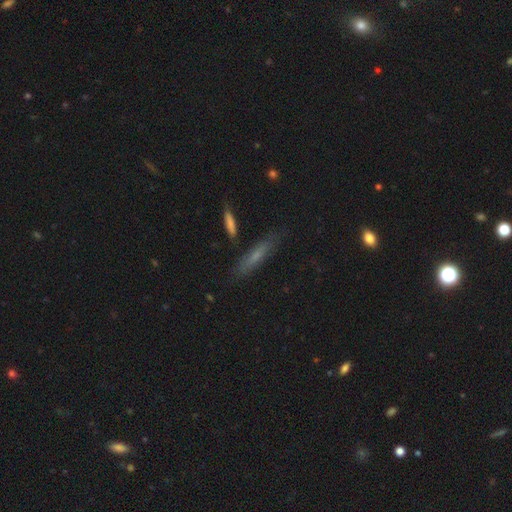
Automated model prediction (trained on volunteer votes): smooth_or_featured: smooth (p=0.56) [alt: featured or disk p=0.33]
how_rounded: cigar-shaped (p=0.82) [alt: in between p=0.16]
merging: none (p=0.81) [alt: minor disturbance p=0.12]